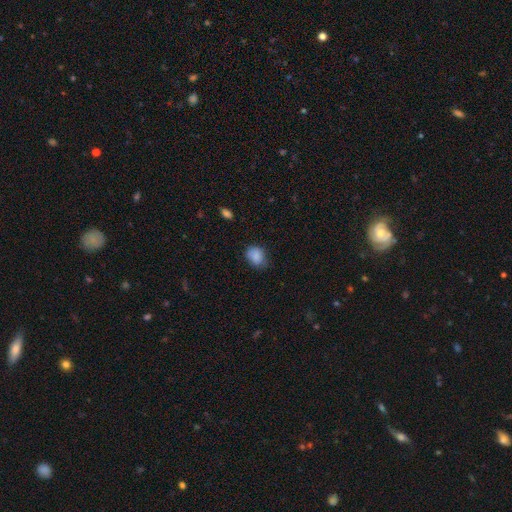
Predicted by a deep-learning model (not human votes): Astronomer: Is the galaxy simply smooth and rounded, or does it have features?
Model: smooth — 87%.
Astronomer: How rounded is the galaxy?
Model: in between — 51% (runner-up: round, 48%).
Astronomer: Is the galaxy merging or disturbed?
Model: none — 67%.